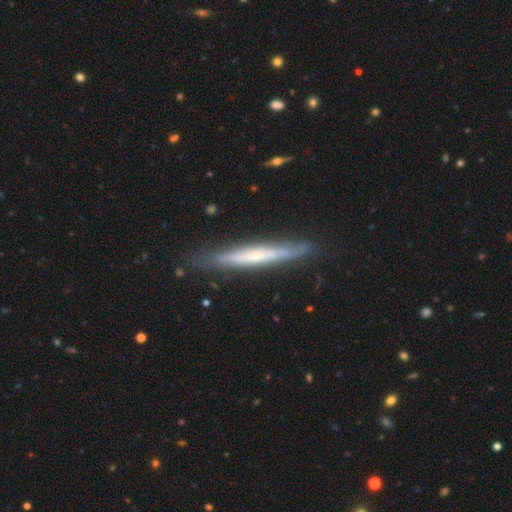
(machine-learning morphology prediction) Smooth or featured? Predicted: featured or disk (p=0.60). Edge-on disk? Predicted: yes (p=0.88). Edge-on bulge? Predicted: none (p=0.58). Merging? Predicted: none (p=0.80).